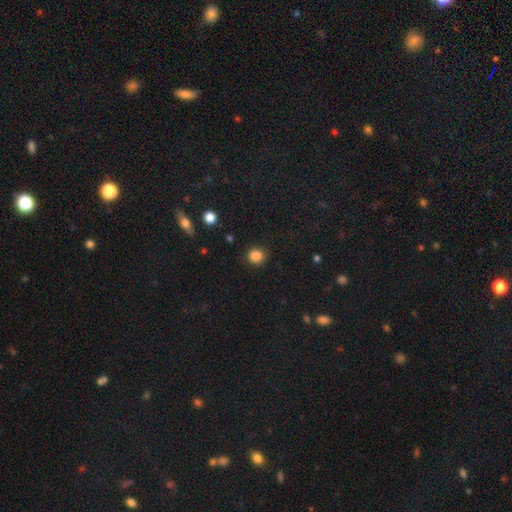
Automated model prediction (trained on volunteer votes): Q: Smooth or featured?
A: smooth (85%); runner-up: star or artifact (11%)
Q: How rounded?
A: round (86%); runner-up: in between (13%)
Q: Merging?
A: none (88%); runner-up: minor disturbance (8%)